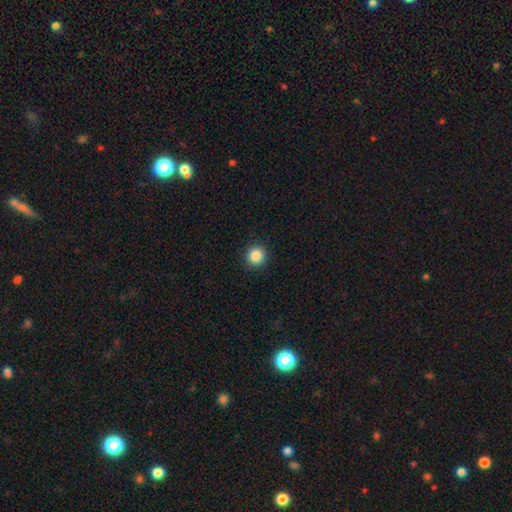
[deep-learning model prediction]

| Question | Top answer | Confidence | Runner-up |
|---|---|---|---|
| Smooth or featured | smooth | 87% | star or artifact (10%) |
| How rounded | round | 93% | in between (6%) |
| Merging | none | 92% | minor disturbance (5%) |